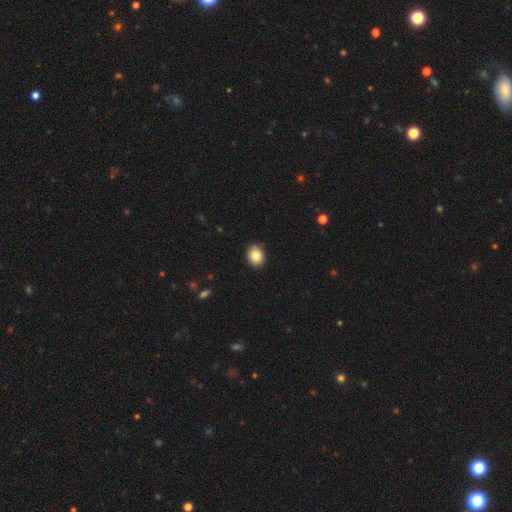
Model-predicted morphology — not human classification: smooth_or_featured: smooth (p=0.84) [alt: star or artifact p=0.09]
how_rounded: in between (p=0.55) [alt: round p=0.44]
merging: none (p=0.87) [alt: minor disturbance p=0.10]